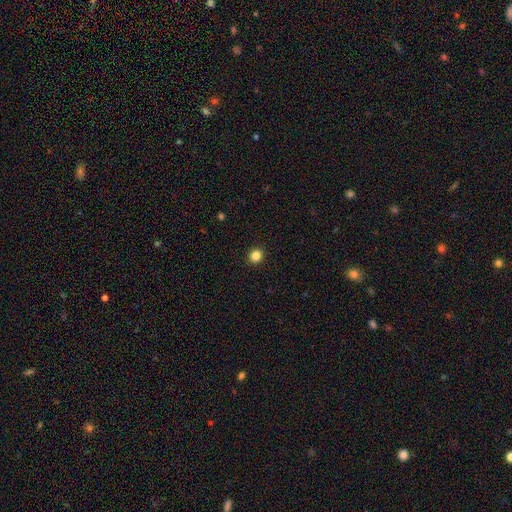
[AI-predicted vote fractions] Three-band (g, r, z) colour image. It shows a smooth galaxy with no disk features (85%) that is round (83%). Merging: none (93%).